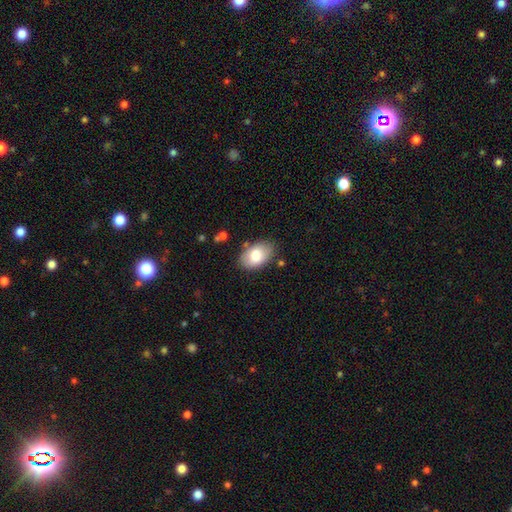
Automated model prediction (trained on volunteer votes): Smooth or featured? smooth (78%)
How rounded? in between (91%)
Merging? none (80%)